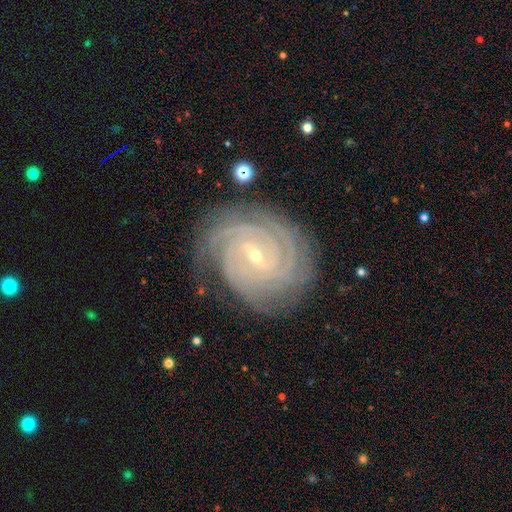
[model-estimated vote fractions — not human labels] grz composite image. It shows a featured or disk galaxy (92%) with a weak bar (49%), 4 (35%) tight (85%) spiral arms (99%) and a small central bulge (77%). Merging: none (80%).